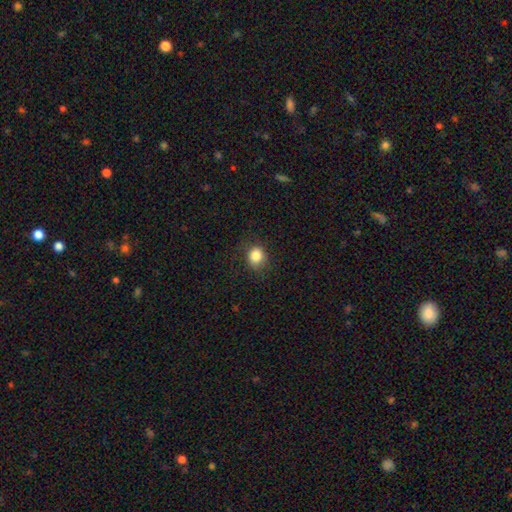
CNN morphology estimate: Smooth or featured? Predicted: smooth (p=0.84). How rounded? Predicted: round (p=0.74). Merging? Predicted: none (p=0.79).